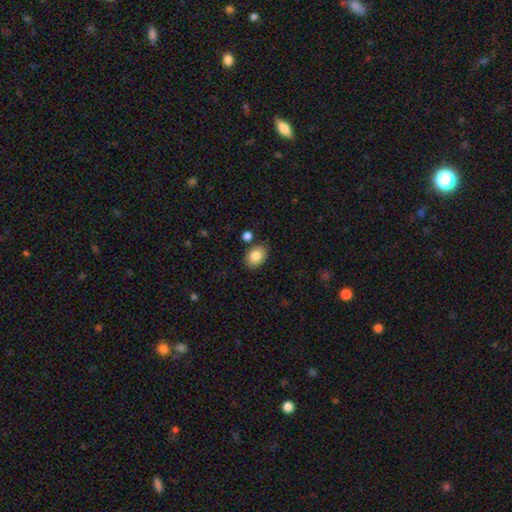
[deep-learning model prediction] Smooth or featured?
  - smooth: 83% *
  - featured or disk: 9%
  - star or artifact: 8%
How rounded?
  - in between: 68% *
  - round: 31%
  - cigar-shaped: 1%
Merging?
  - none: 83% *
  - minor disturbance: 10%
  - merger: 5%
  - major disturbance: 2%